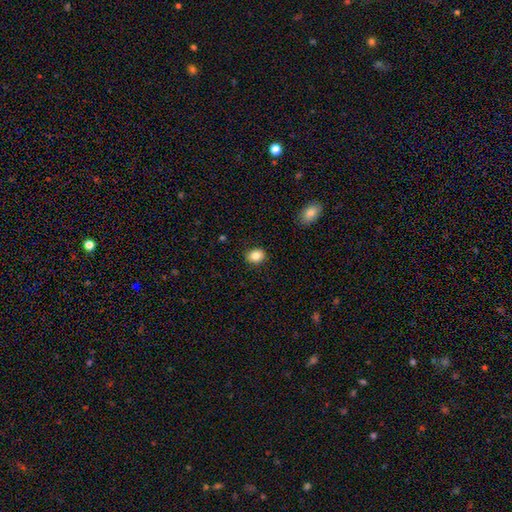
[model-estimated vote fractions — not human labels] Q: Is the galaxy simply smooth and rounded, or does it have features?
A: smooth — 83%.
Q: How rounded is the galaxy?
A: in between — 50%.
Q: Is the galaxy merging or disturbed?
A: none — 88%.